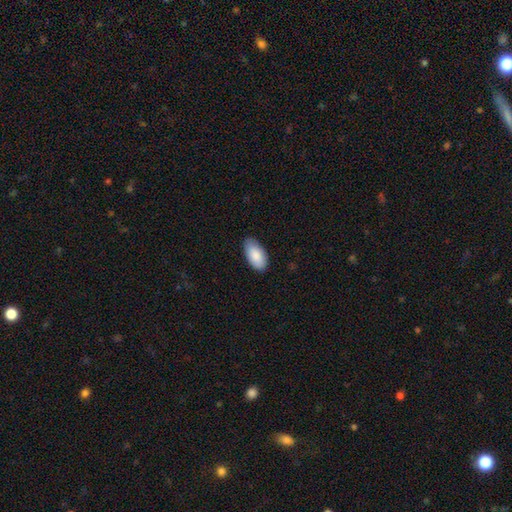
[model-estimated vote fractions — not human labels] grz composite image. It shows a smooth galaxy with no disk features (88%) that is in between round and cigar-shaped (95%). Merging: none (82%).